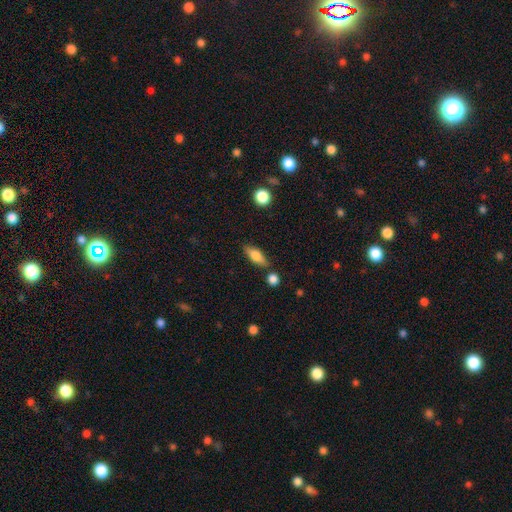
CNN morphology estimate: smooth-or-featured: smooth: 73% | featured or disk: 20% | star or artifact: 7%
  how-rounded: in between: 68% | cigar-shaped: 29% | round: 3%
  merging: none: 78% | minor disturbance: 13% | merger: 7% | major disturbance: 3%